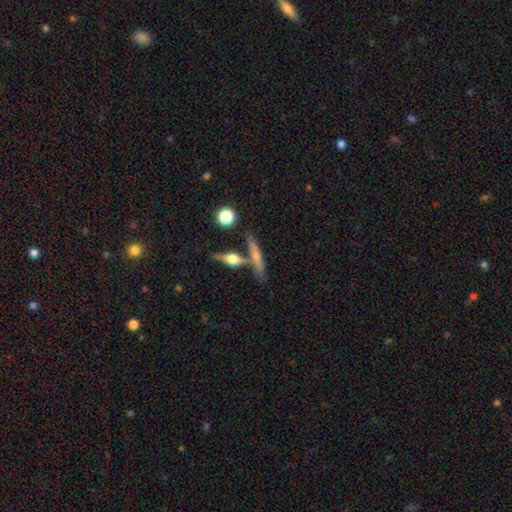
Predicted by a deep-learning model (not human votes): Smooth or featured? Predicted: featured or disk (p=0.48). Merging? Predicted: none (p=0.67).